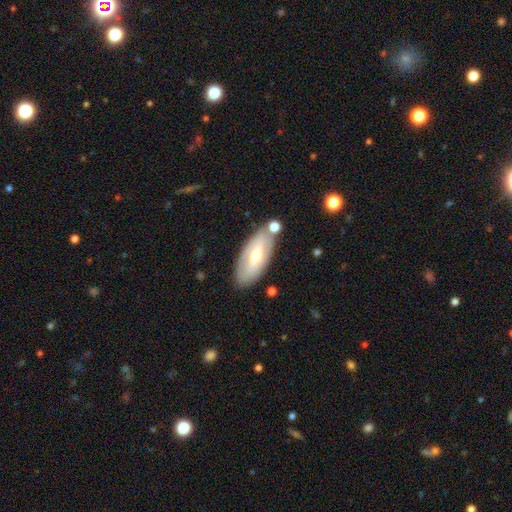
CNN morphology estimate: featured or disk 54%, smooth 40%, star or artifact 6%. Down the decision tree: edge-on disk — no (79%); merging — none (76%).